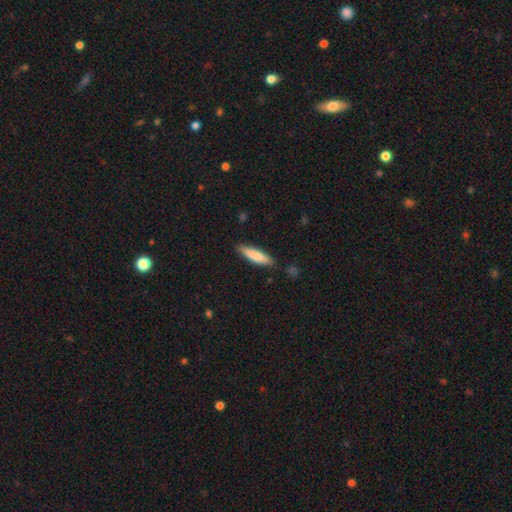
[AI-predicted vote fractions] Smooth or featured: smooth — 77% (featured or disk — 17%)
How rounded: cigar-shaped — 75% (in between — 24%)
Merging: none — 85% (minor disturbance — 11%)